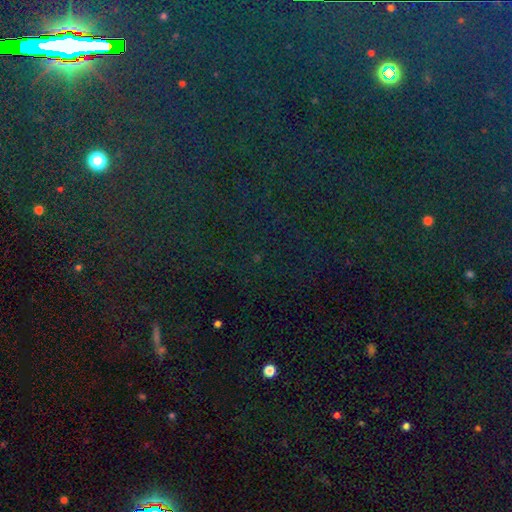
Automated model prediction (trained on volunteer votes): Smooth or featured? Predicted: star or artifact (p=0.82).